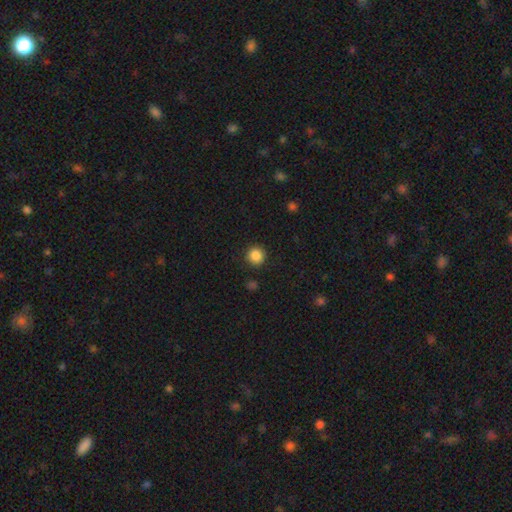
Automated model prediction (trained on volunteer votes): Smooth or featured? Predicted: smooth (p=0.87). How rounded? Predicted: round (p=0.94). Merging? Predicted: none (p=0.91).